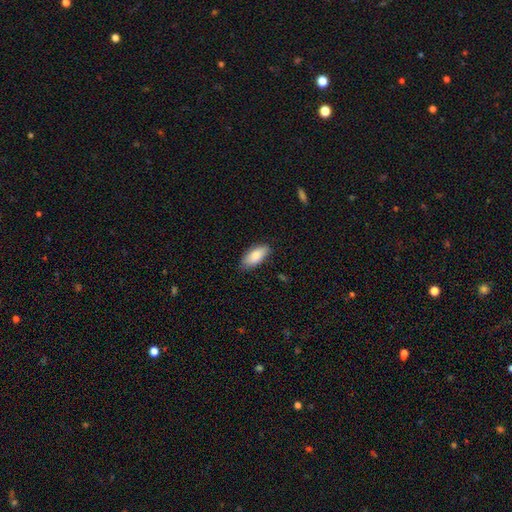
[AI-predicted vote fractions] Smooth or featured?
  - smooth: 83% *
  - featured or disk: 11%
  - star or artifact: 6%
How rounded?
  - in between: 87% *
  - cigar-shaped: 10%
  - round: 2%
Merging?
  - none: 83% *
  - minor disturbance: 13%
  - major disturbance: 2%
  - merger: 1%